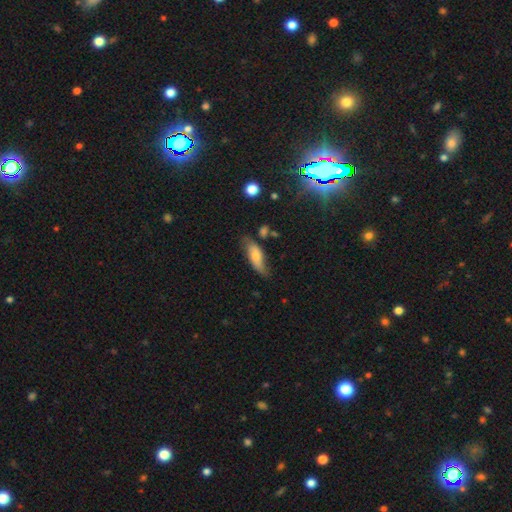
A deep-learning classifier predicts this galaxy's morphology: Smooth or featured?
  - smooth: 62% *
  - featured or disk: 31%
  - star or artifact: 7%
How rounded?
  - in between: 62% *
  - cigar-shaped: 35%
  - round: 3%
Merging?
  - none: 60% *
  - minor disturbance: 28%
  - major disturbance: 7%
  - merger: 4%